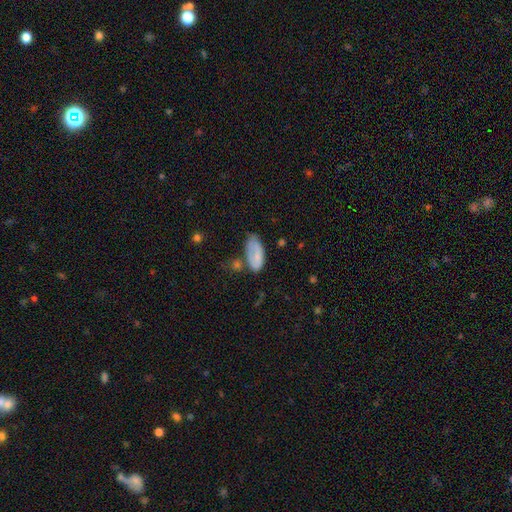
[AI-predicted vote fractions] Smooth or featured: smooth — 68% (featured or disk — 24%)
How rounded: in between — 88% (cigar-shaped — 9%)
Merging: none — 41% (minor disturbance — 34%)